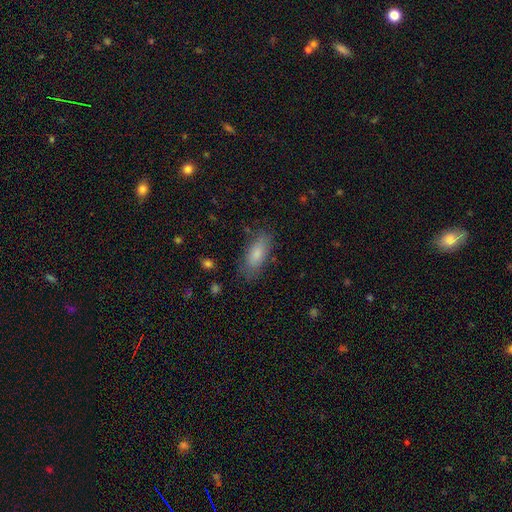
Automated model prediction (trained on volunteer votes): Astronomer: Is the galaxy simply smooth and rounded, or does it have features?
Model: smooth — 75%.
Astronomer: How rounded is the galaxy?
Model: in between — 75%.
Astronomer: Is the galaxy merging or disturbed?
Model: none — 80%.